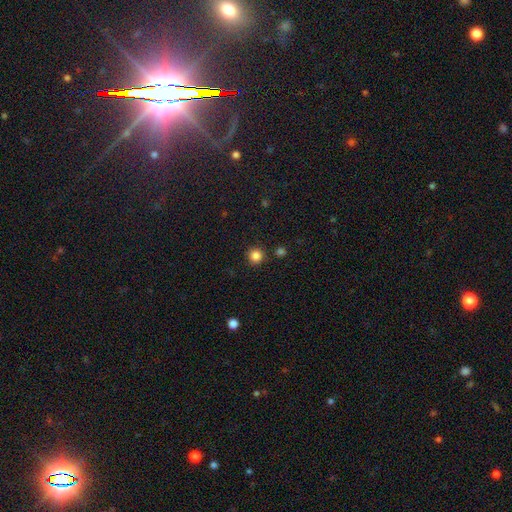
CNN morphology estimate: Overall: smooth (84%). How rounded: round (94%). Merging: none (89%).